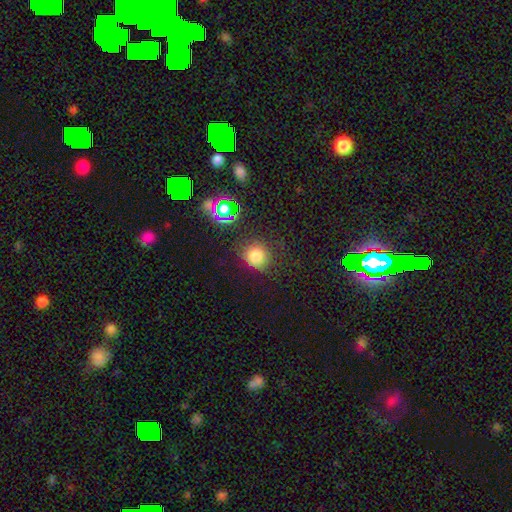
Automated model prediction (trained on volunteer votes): Morphology: type=smooth (75%); roundness=round (85%); merging=none (78%).